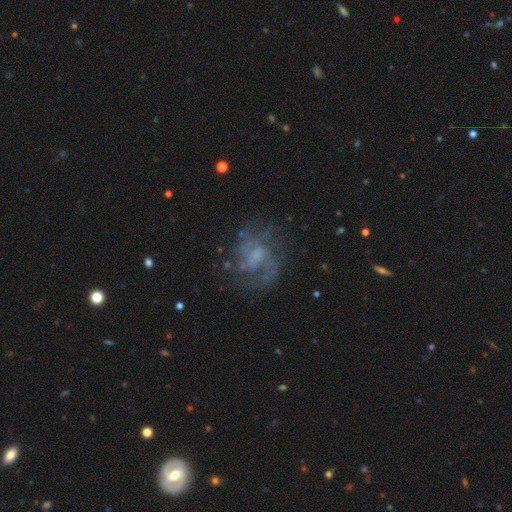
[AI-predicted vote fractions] This is likely a featured or disk galaxy (75%). It is clearly not viewed edge-on (98%). Bar: possibly no (52%). Spiral arm pattern: clearly yes (82%). Spiral arm count: marginally can't tell (35%). Spiral winding: possibly medium (45%). Central bulge: marginally small (41%). Merging: likely none (62%).